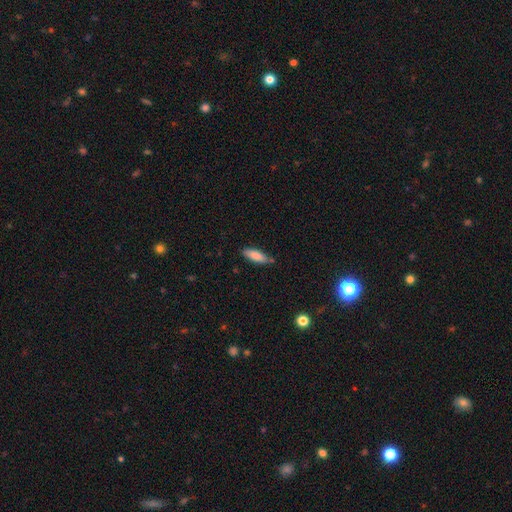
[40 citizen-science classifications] Volunteers were most divided on "how rounded": in between: 73%, cigar-shaped: 27%, round: 0%. More confident: smooth or featured — smooth (92%); merging — none (87%).